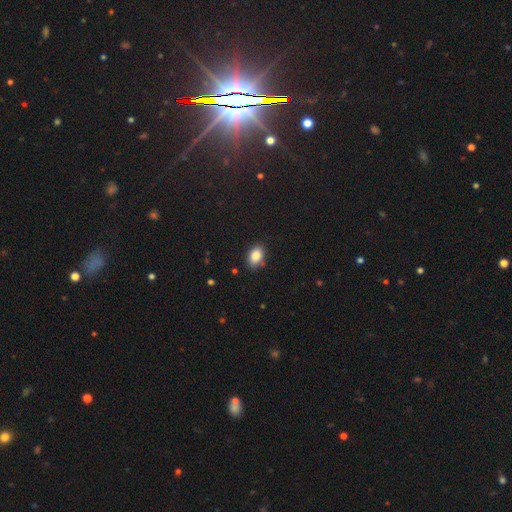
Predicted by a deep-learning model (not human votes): smooth-or-featured: smooth: 85% | star or artifact: 9% | featured or disk: 6%
  how-rounded: in between: 84% | round: 14% | cigar-shaped: 1%
  merging: none: 83% | minor disturbance: 12% | major disturbance: 2% | merger: 2%